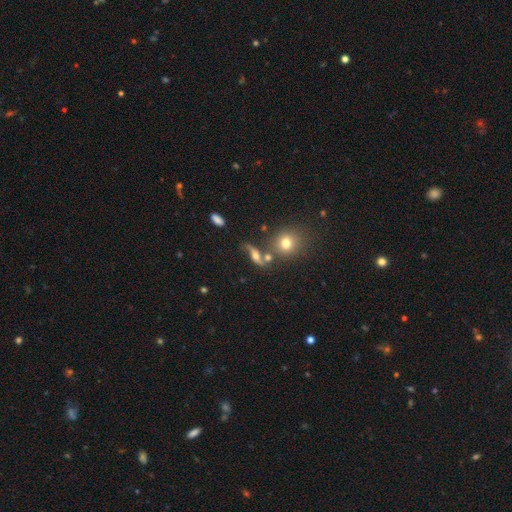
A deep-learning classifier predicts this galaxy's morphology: Smooth or featured? Predicted: featured or disk (p=0.54). Edge-on disk? Predicted: no (p=0.69). Merging? Predicted: none (p=0.53).